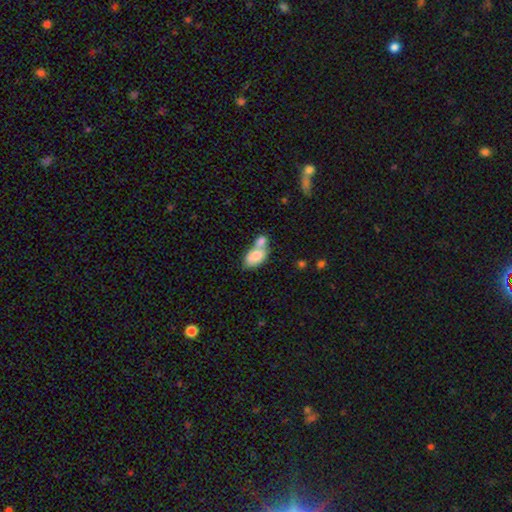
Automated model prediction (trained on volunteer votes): smooth_or_featured: smooth (p=0.78) [alt: featured or disk p=0.15]
how_rounded: in between (p=0.91) [alt: round p=0.07]
merging: merger (p=0.62) [alt: none p=0.23]